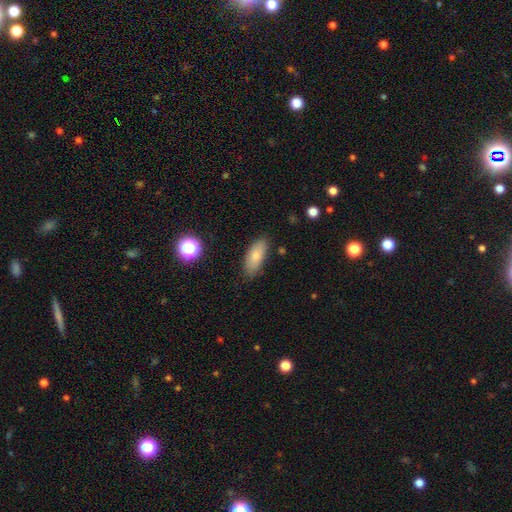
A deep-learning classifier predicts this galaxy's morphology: type=smooth (77%); roundness=in between (81%); merging=none (81%).